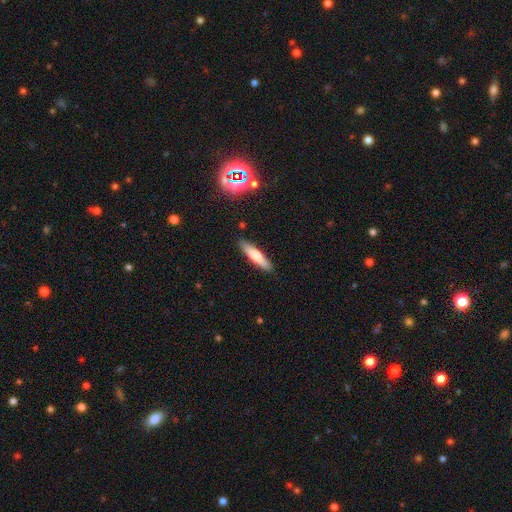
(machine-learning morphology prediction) smooth-or-featured: smooth: 65% | featured or disk: 28% | star or artifact: 7%
  how-rounded: cigar-shaped: 78% | in between: 21% | round: 2%
  merging: none: 89% | minor disturbance: 8% | major disturbance: 2% | merger: 1%